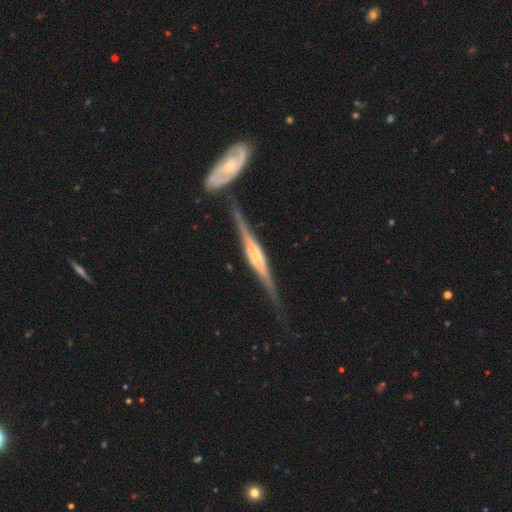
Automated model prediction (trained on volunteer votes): Smooth or featured? Predicted: featured or disk (p=0.87). Edge-on disk? Predicted: yes (p=0.97). Edge-on bulge? Predicted: rounded (p=0.51). Merging? Predicted: none (p=0.79).